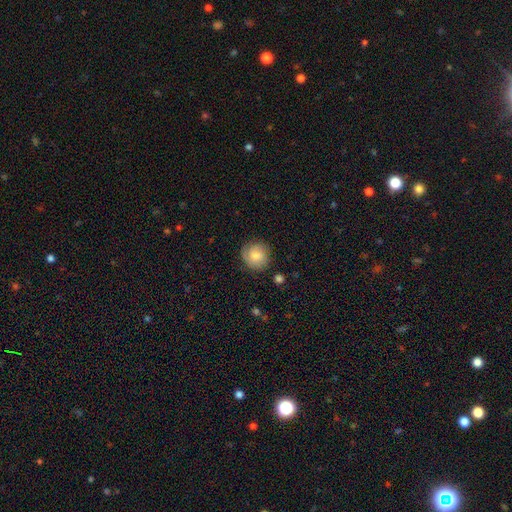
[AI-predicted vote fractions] A smooth galaxy with no disk features (70%) that is round (89%).

Vote fractions:
- Smooth or featured? smooth: 70% / featured or disk: 22% / star or artifact: 8%
- How rounded? round: 89% / in between: 10% / cigar-shaped: 1%
- Merging? none: 79% / minor disturbance: 16% / major disturbance: 4% / merger: 2%